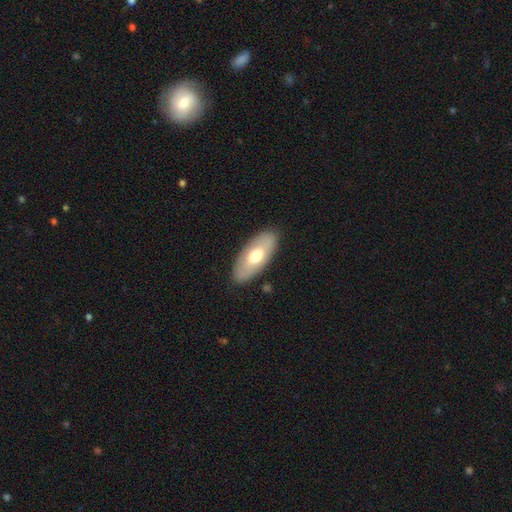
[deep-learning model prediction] A smooth galaxy with no disk features (63%) that is in between round and cigar-shaped (87%). Merging: none (86%).